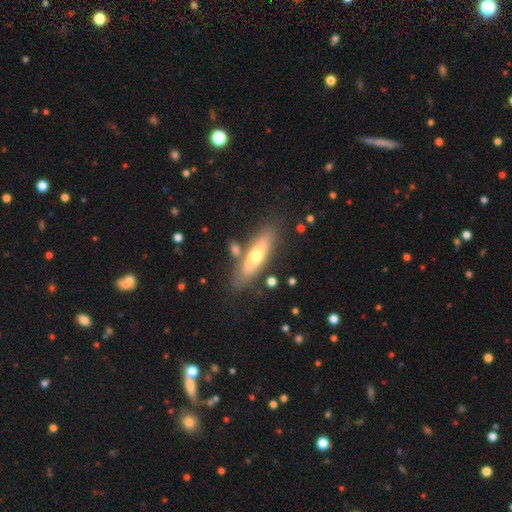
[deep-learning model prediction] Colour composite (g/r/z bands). It shows a smooth galaxy with no disk features (49%). Merging: none (74%).